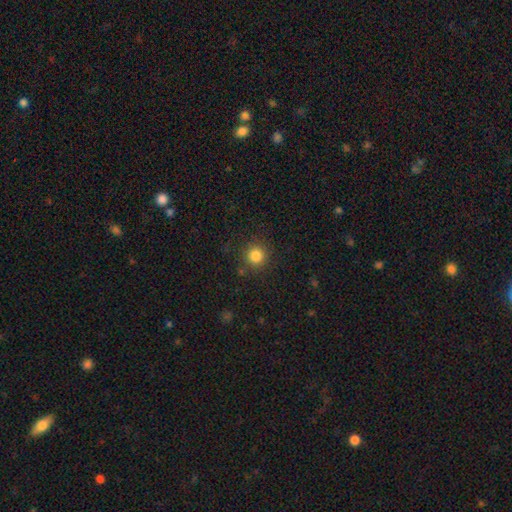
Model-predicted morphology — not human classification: A smooth galaxy with no disk features (83%) that is round (94%). Merging: none (88%).